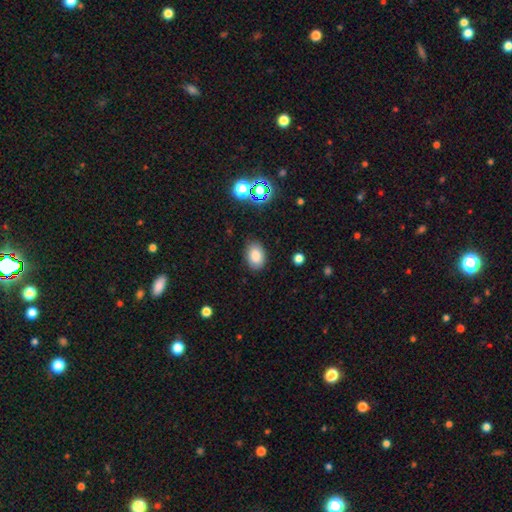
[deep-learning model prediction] Smooth or featured? smooth (84%)
How rounded? in between (84%)
Merging? none (85%)